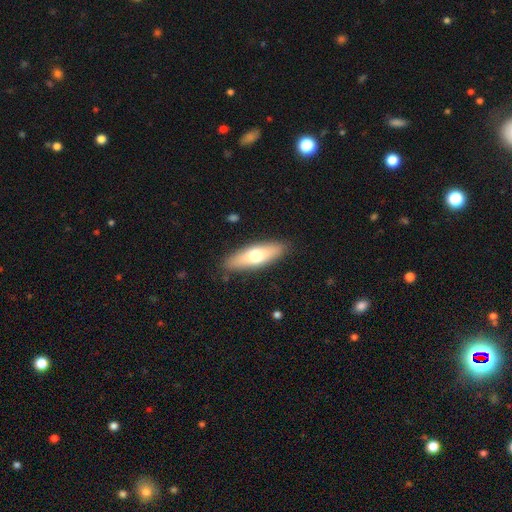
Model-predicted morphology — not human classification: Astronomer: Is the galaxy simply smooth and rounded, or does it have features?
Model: smooth — 61%.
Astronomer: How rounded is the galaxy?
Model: in between — 49%, tied with cigar-shaped at 49%.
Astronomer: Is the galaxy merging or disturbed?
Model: none — 87%.